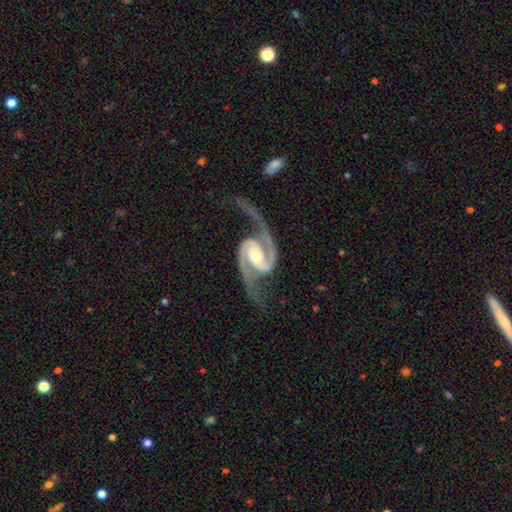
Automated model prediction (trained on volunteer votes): Smooth or featured? featured or disk (95%)
Edge-on disk? no (98%)
Bar? weak (38%)
Spiral arms? yes (99%)
Spiral winding? medium (54%)
Spiral arm count? 2 (95%)
Bulge size? moderate (61%)
Merging? none (71%)